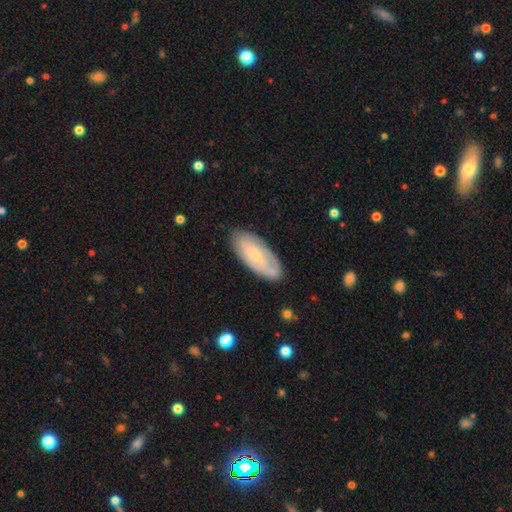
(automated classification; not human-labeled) This appears to be a featured or disk galaxy (51%). Merging: none (78%).